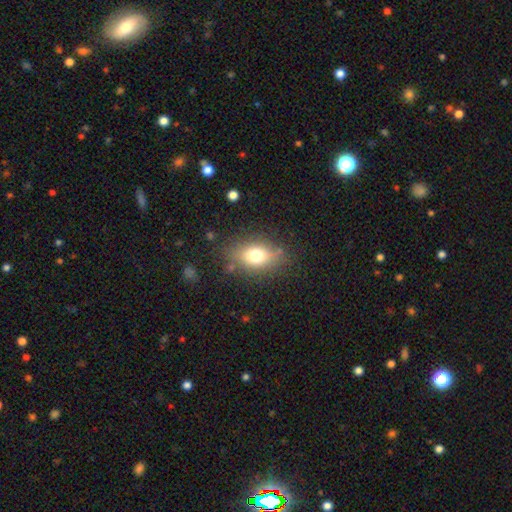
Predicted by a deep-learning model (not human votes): smooth 70%, featured or disk 18%, star or artifact 11%. Down the decision tree: how rounded — in between (76%); merging — none (78%).